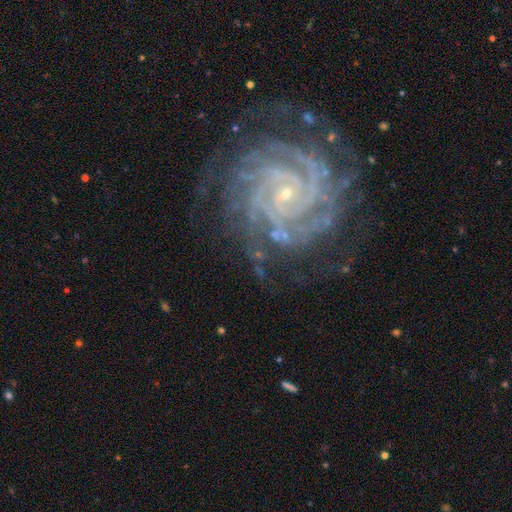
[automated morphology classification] A featured or disk galaxy (91%) with no bar (60%), 4 (22%) tight (84%) spiral arms (99%) and a small central bulge (87%).

Vote fractions:
- Smooth or featured? featured or disk: 91% / star or artifact: 6% / smooth: 3%
- Edge-on disk? no: 98% / yes: 2%
- Bar? no: 60% / weak: 26% / strong: 14%
- Spiral arms? yes: 99% / no: 1%
- Spiral winding? tight: 84% / medium: 14% / loose: 2%
- Spiral arm count? 4: 22% / 2: 20% / 3: 18% / more than 4: 17% / can't tell: 15% / 1: 9%
- Bulge size? small: 87% / moderate: 9% / none: 2% / large: 1% / dominant: 1%
- Merging? none: 76% / minor disturbance: 16% / major disturbance: 6% / merger: 2%